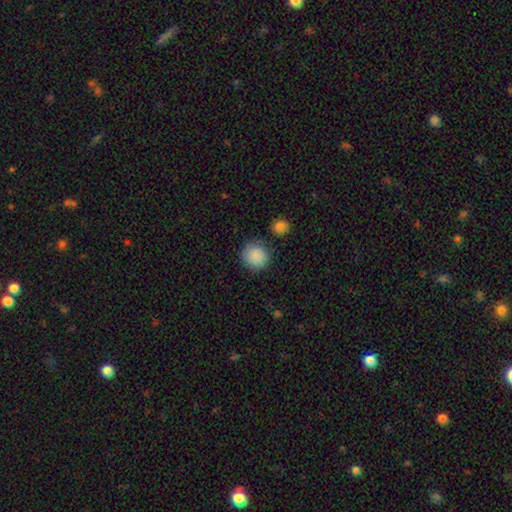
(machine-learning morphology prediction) The model was most divided on "merging": none: 83%, minor disturbance: 10%, merger: 4%, major disturbance: 3%. More confident: how rounded — round (93%); smooth or featured — smooth (88%).